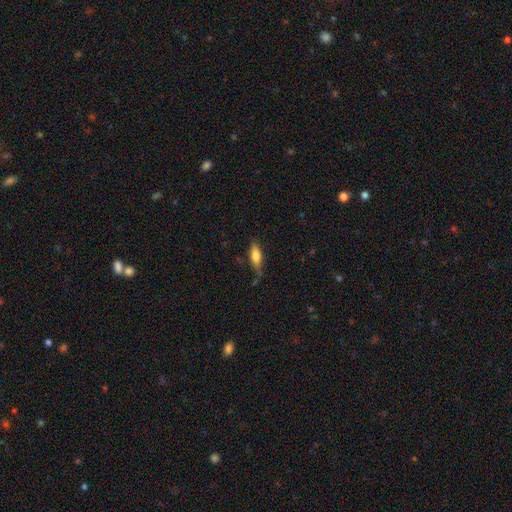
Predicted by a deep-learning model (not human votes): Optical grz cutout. It shows a smooth galaxy with no disk features (72%) that is in between round and cigar-shaped (61%). Merging: none (63%).